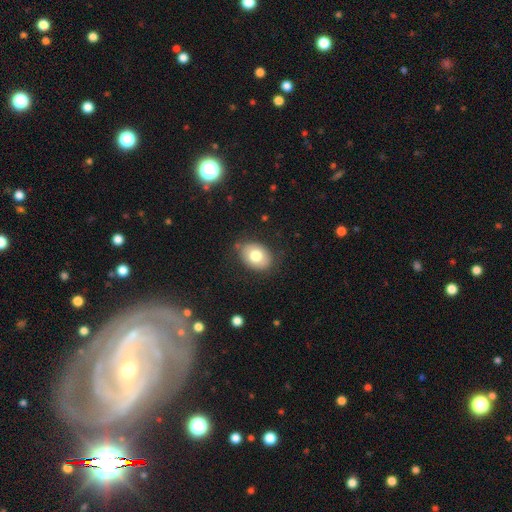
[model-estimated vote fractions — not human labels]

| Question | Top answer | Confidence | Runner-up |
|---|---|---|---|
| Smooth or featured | smooth | 76% | featured or disk (16%) |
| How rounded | in between | 71% | round (28%) |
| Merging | none | 80% | minor disturbance (15%) |